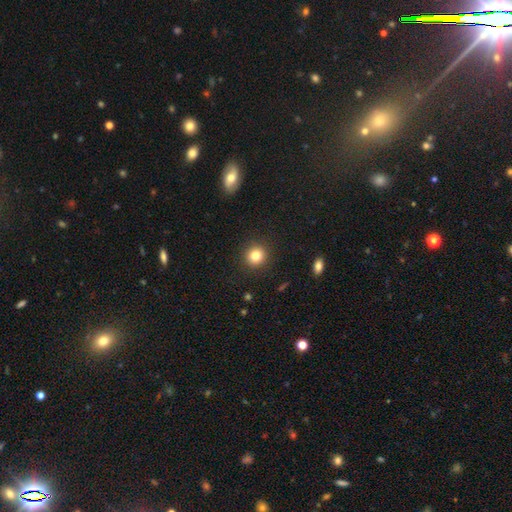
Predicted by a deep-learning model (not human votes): Q: Smooth or featured?
A: smooth (82%); runner-up: star or artifact (11%)
Q: How rounded?
A: round (92%); runner-up: in between (7%)
Q: Merging?
A: none (91%); runner-up: minor disturbance (6%)